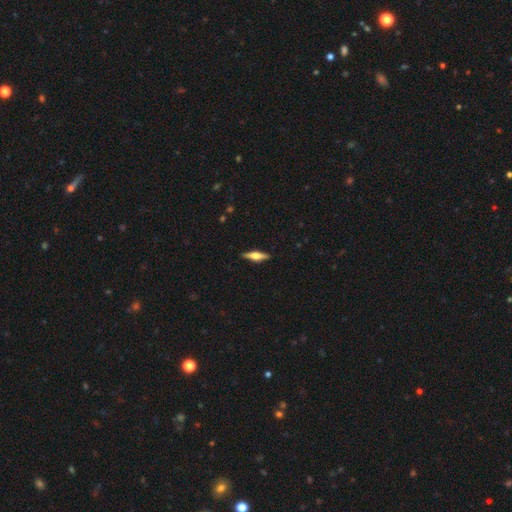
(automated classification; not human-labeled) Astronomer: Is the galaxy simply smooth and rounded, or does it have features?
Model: featured or disk — 58% (runner-up: smooth, 36%).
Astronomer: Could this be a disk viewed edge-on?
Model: yes — 96%.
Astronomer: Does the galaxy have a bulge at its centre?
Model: rounded — 90%.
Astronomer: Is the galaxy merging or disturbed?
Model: none — 90%.